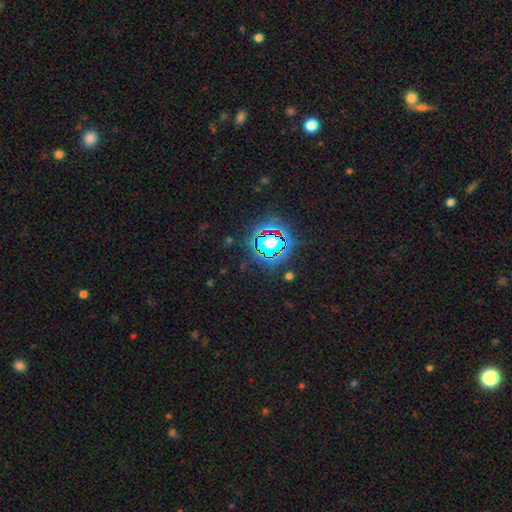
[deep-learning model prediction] Smooth or featured: star or artifact — 83% (smooth — 10%)